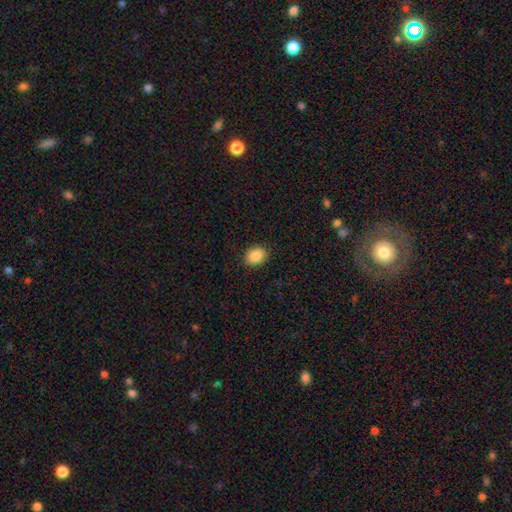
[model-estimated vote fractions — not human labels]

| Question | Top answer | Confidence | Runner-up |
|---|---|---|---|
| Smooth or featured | smooth | 88% | star or artifact (8%) |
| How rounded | in between | 57% | round (43%) |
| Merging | none | 89% | minor disturbance (8%) |